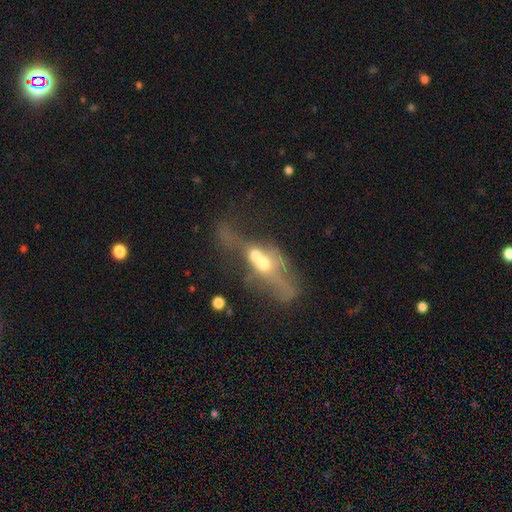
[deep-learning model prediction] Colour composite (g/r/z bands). It shows a featured or disk galaxy (47%). Merging: merger (72%).